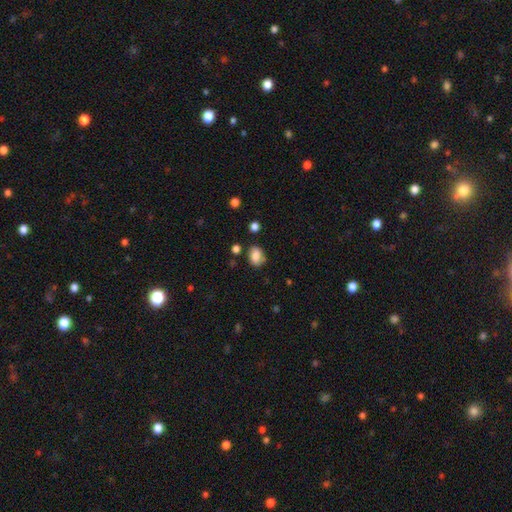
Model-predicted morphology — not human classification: Smooth or featured? smooth (81%)
How rounded? in between (72%)
Merging? none (71%)